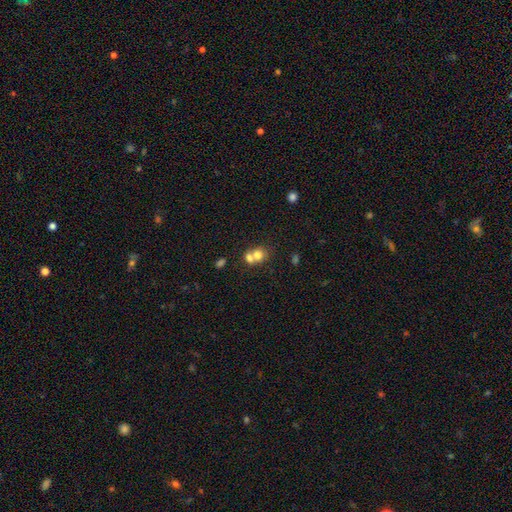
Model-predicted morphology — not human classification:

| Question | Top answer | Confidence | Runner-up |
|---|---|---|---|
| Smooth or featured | smooth | 74% | featured or disk (15%) |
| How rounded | round | 70% | in between (29%) |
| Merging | merger | 59% | none (32%) |